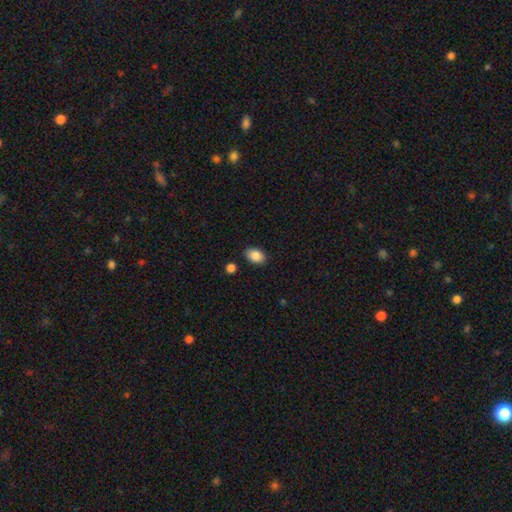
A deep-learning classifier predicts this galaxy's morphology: Smooth or featured? Predicted: smooth (p=0.86). How rounded? Predicted: in between (p=0.85). Merging? Predicted: none (p=0.86).